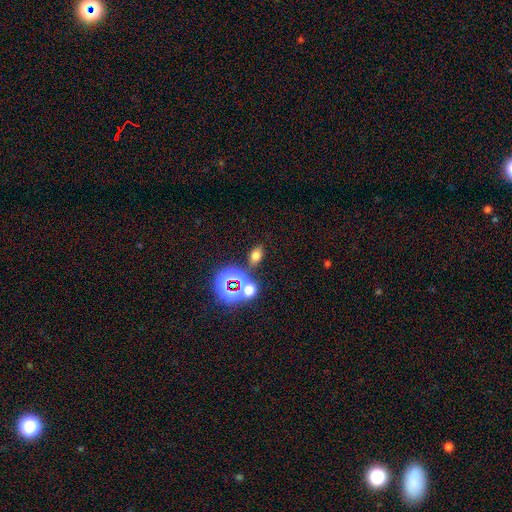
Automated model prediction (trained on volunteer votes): Q: Smooth or featured?
A: smooth (61%); runner-up: star or artifact (27%)
Q: How rounded?
A: in between (75%); runner-up: round (22%)
Q: Merging?
A: none (78%); runner-up: minor disturbance (9%)